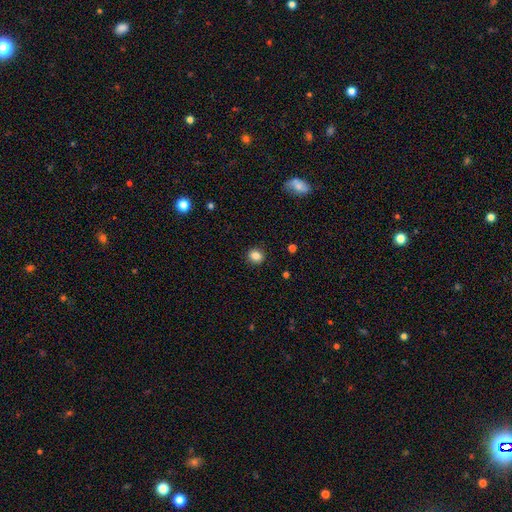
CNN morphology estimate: This appears to be a smooth galaxy with no disk features (84%) that is round (75%). Merging: none (90%).